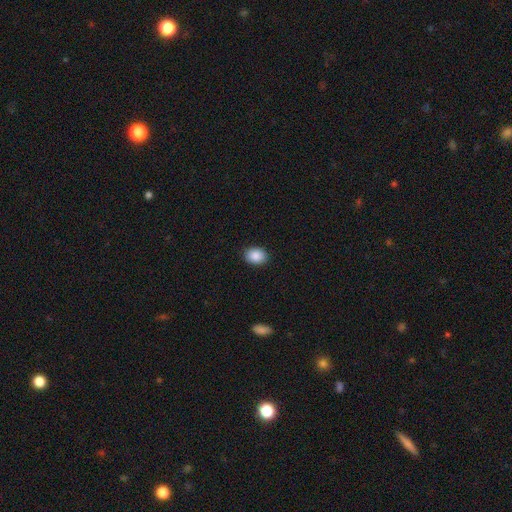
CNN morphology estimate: Q: Smooth or featured?
A: smooth (89%); runner-up: star or artifact (8%)
Q: How rounded?
A: in between (65%); runner-up: round (34%)
Q: Merging?
A: none (90%); runner-up: minor disturbance (7%)